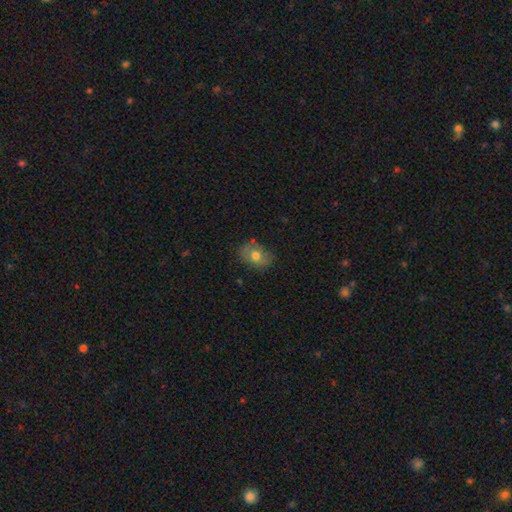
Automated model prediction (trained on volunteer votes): A smooth galaxy with no disk features (68%) that is in between round and cigar-shaped (64%).

Vote fractions:
- Smooth or featured? smooth: 68% / featured or disk: 23% / star or artifact: 9%
- How rounded? in between: 64% / round: 35% / cigar-shaped: 1%
- Merging? none: 75% / minor disturbance: 19% / major disturbance: 5% / merger: 2%